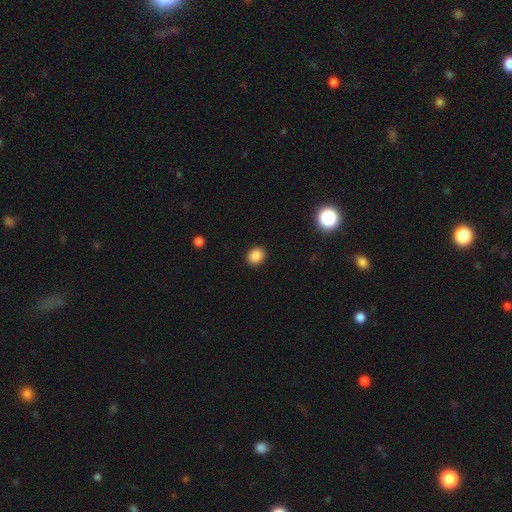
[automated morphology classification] smooth 87%, star or artifact 10%, featured or disk 3%. Down the decision tree: how rounded — round (59%); merging — none (91%).